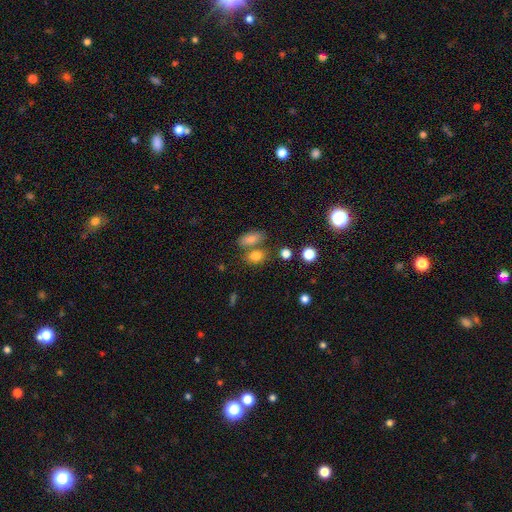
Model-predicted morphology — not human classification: Overall: smooth (80%). How rounded: in between (67%; round 30%). Merging: none (56%; merger 27%).